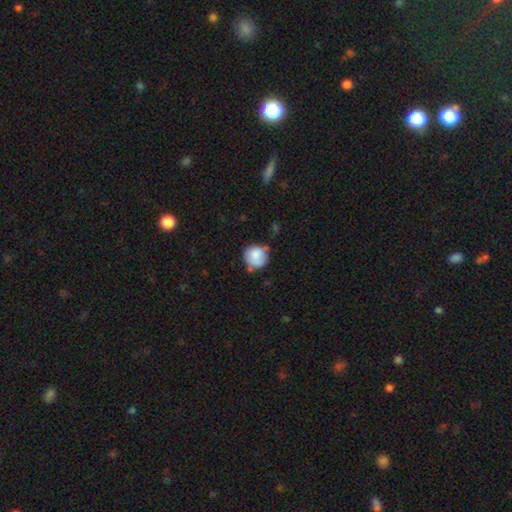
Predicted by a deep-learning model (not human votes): Morphology: type=smooth (83%); roundness=round (89%); merging=none (58%).